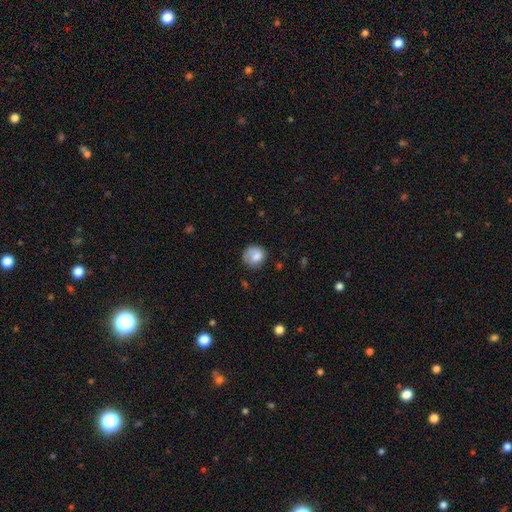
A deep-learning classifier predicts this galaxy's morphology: smooth 80%, featured or disk 11%, star or artifact 8%. Down the decision tree: how rounded — round (83%); merging — none (65%).